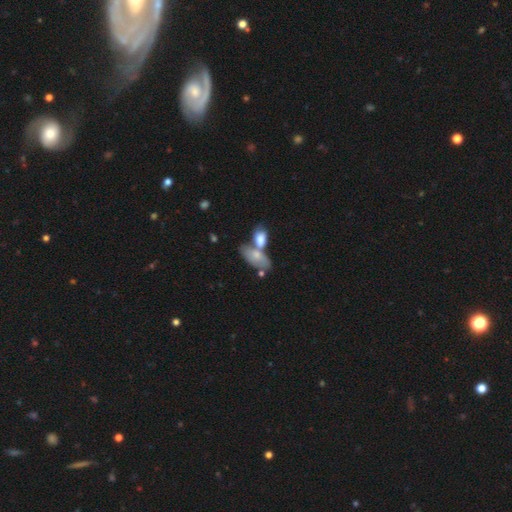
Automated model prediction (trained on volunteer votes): A smooth galaxy with no disk features (69%) that is in between round and cigar-shaped (85%).

Vote fractions:
- Smooth or featured? smooth: 69% / featured or disk: 25% / star or artifact: 6%
- How rounded? in between: 85% / cigar-shaped: 10% / round: 5%
- Merging? merger: 49% / none: 33% / minor disturbance: 13% / major disturbance: 5%